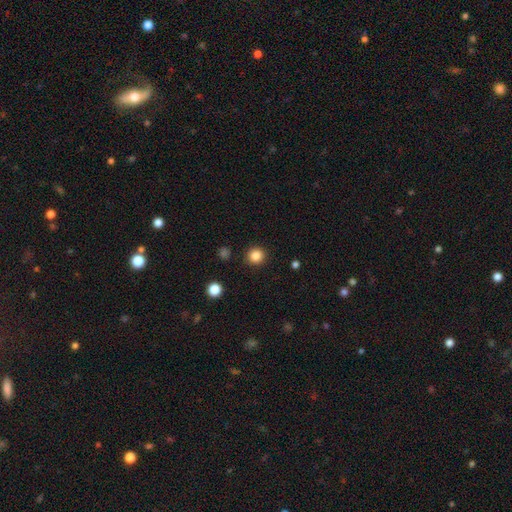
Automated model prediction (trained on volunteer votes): Morphology: type=smooth (85%); roundness=round (94%); merging=none (92%).